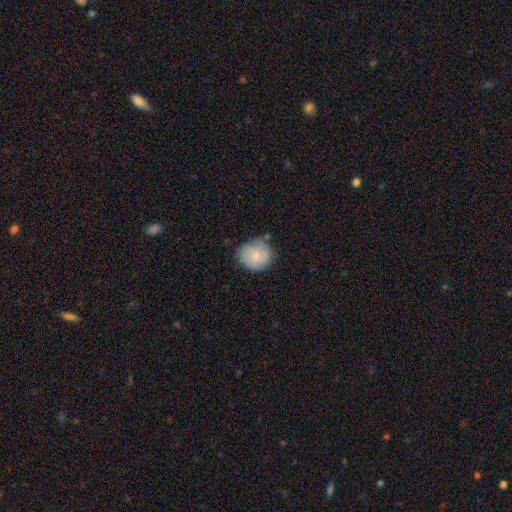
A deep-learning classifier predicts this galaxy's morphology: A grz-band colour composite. It shows a smooth galaxy with no disk features (75%) that is round (87%). Merging: none (70%).